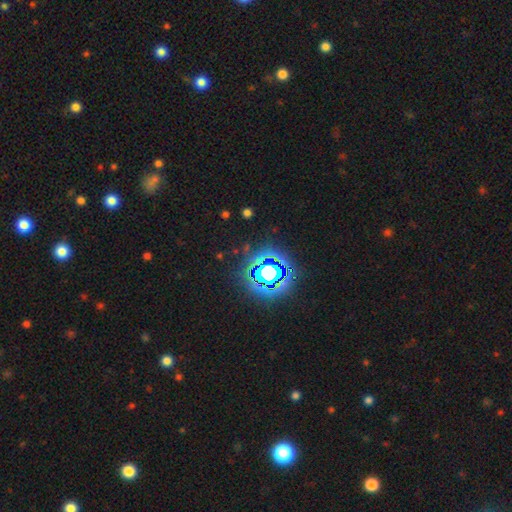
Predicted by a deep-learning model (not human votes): Smooth or featured: star or artifact — 84% (smooth — 10%)